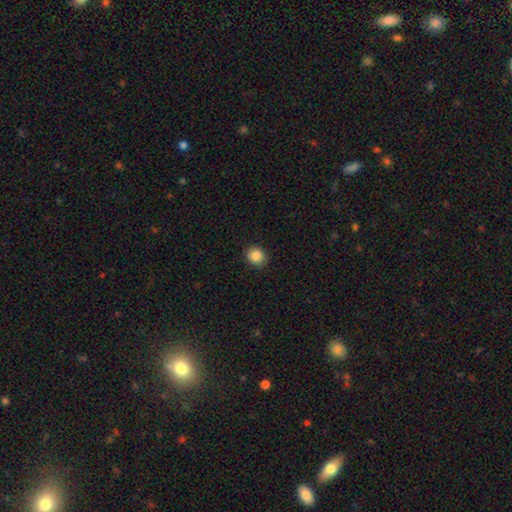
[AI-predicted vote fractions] A smooth galaxy with no disk features (87%) that is round (81%).

Vote fractions:
- Smooth or featured? smooth: 87% / star or artifact: 9% / featured or disk: 3%
- How rounded? round: 81% / in between: 18% / cigar-shaped: 1%
- Merging? none: 88% / minor disturbance: 9% / major disturbance: 2% / merger: 1%